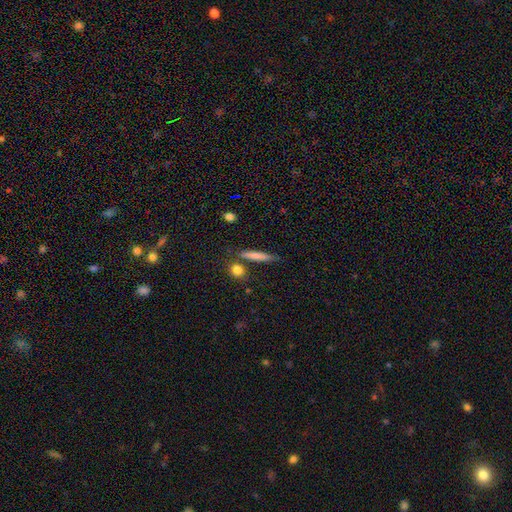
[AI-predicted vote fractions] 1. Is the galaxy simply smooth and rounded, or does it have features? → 74% smooth, 19% featured or disk, 7% star or artifact.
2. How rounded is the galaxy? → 85% cigar-shaped, 9% in between, 6% round.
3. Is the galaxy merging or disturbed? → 78% none, 13% minor disturbance, 6% merger, 3% major disturbance.